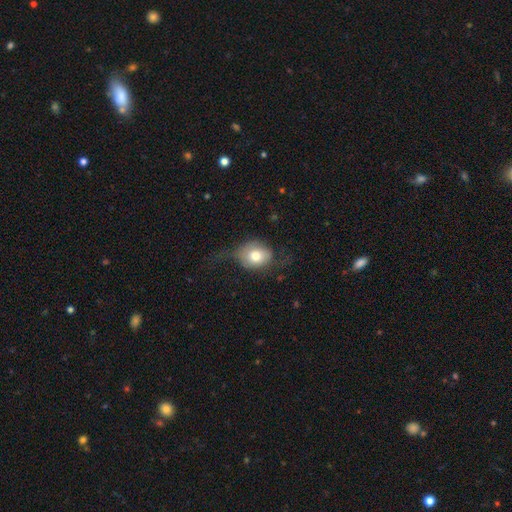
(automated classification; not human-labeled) Overall: smooth (67%). How rounded: in between (49%, tied with round). Merging: none (42%; major disturbance 28%).